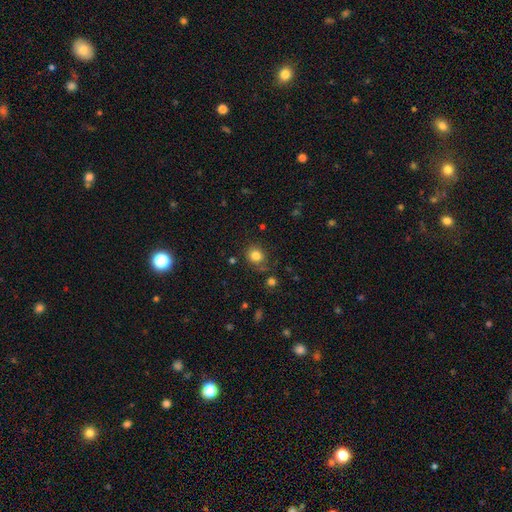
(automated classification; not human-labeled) smooth_or_featured: smooth (p=0.82) [alt: star or artifact p=0.12]
how_rounded: round (p=0.79) [alt: in between p=0.20]
merging: none (p=0.77) [alt: minor disturbance p=0.15]